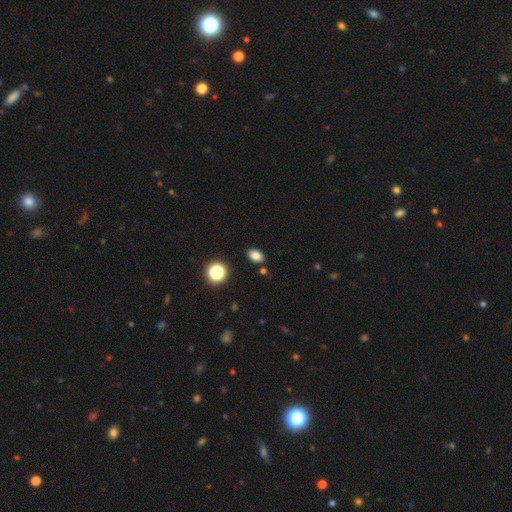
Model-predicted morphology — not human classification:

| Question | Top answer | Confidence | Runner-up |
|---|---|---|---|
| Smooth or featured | smooth | 81% | star or artifact (13%) |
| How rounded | in between | 82% | round (17%) |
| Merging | none | 86% | minor disturbance (9%) |